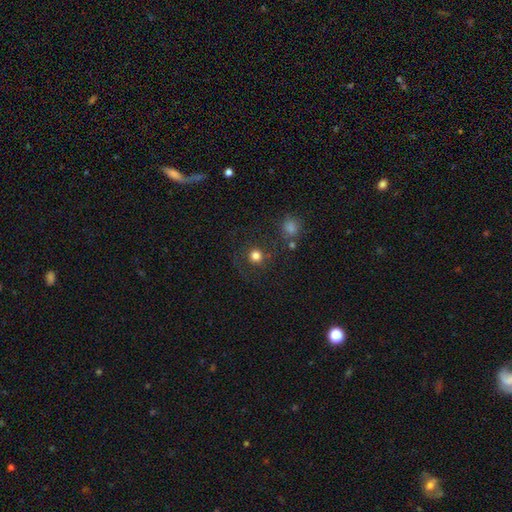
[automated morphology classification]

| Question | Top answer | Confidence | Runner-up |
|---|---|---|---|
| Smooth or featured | smooth | 75% | star or artifact (15%) |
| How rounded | round | 93% | in between (6%) |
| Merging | none | 77% | minor disturbance (10%) |